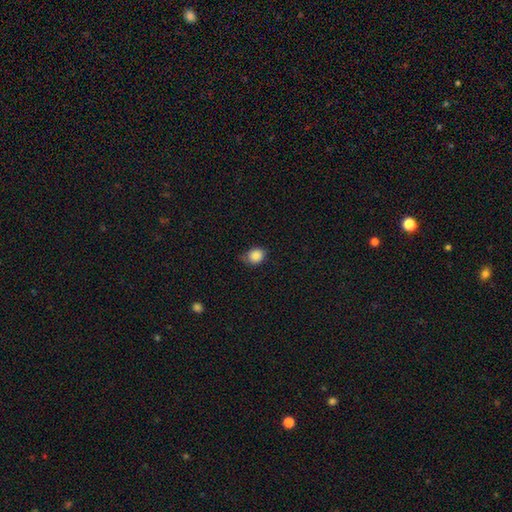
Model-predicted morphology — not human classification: type=smooth (87%); roundness=round (64%); merging=none (56%).